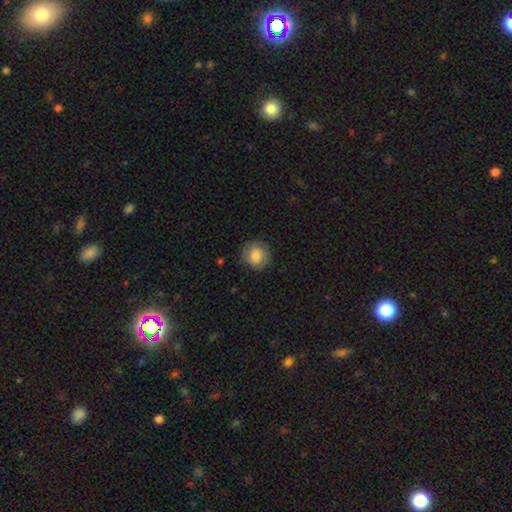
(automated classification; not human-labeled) Smooth or featured?
  - smooth: 83% *
  - featured or disk: 9%
  - star or artifact: 8%
How rounded?
  - round: 90% *
  - in between: 9%
  - cigar-shaped: 1%
Merging?
  - none: 85% *
  - minor disturbance: 11%
  - major disturbance: 3%
  - merger: 1%